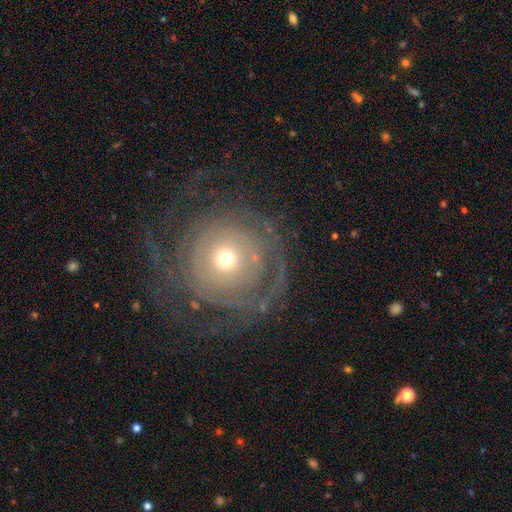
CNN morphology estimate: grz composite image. It shows a featured or disk galaxy (72%) with no bar (84%), tight (75%) spiral arms (77%) and a small central bulge (48%). Merging: none (70%).